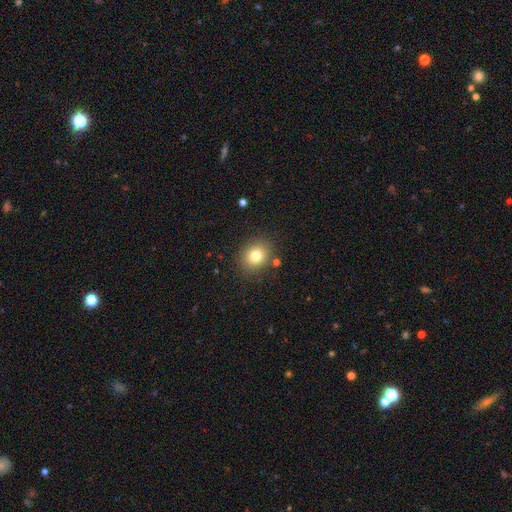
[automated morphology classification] smooth_or_featured: smooth (p=0.78) [alt: star or artifact p=0.12]
how_rounded: round (p=0.68) [alt: in between p=0.31]
merging: none (p=0.85) [alt: minor disturbance p=0.09]